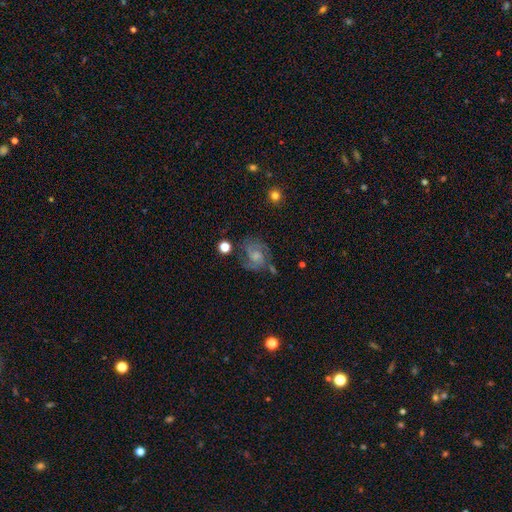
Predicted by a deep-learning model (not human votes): This appears to be a featured or disk galaxy (75%) with no bar (63%), 2 (65%) medium (47%) spiral arms (93%) and a small central bulge (39%). Merging: none (63%).